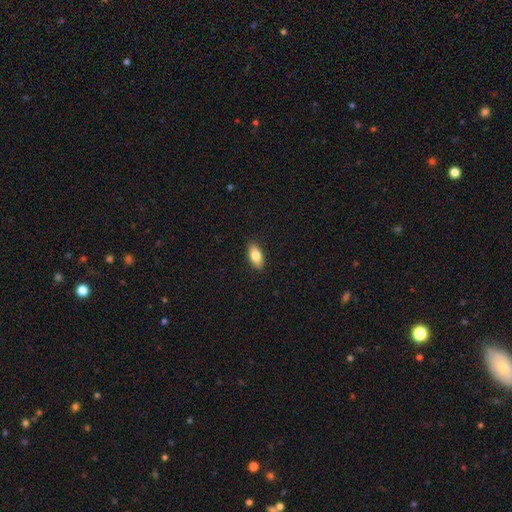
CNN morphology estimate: Smooth or featured?
  - smooth: 81% *
  - featured or disk: 12%
  - star or artifact: 7%
How rounded?
  - in between: 89% *
  - cigar-shaped: 8%
  - round: 3%
Merging?
  - none: 90% *
  - minor disturbance: 8%
  - major disturbance: 2%
  - merger: 1%